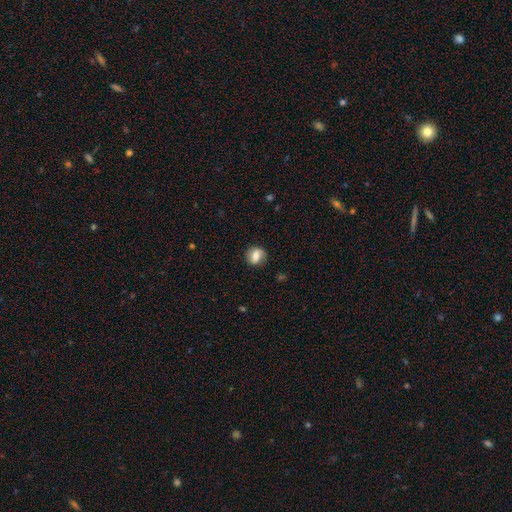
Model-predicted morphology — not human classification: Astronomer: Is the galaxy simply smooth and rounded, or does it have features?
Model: smooth — 68%.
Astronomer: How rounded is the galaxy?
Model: round — 63%.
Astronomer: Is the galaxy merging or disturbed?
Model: none — 79%.